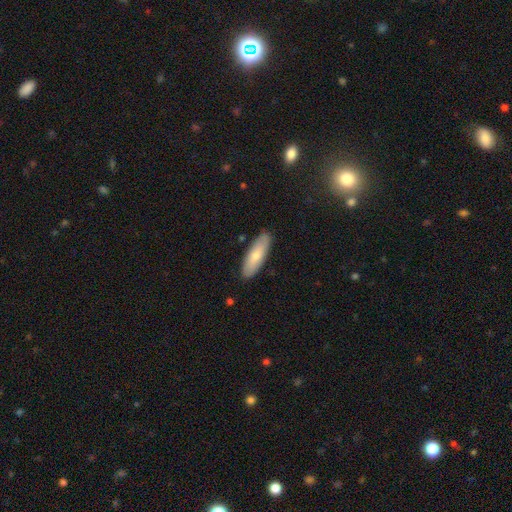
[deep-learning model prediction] This is likely a smooth galaxy (73%). How rounded: possibly in between (57%). Merging: clearly none (88%).